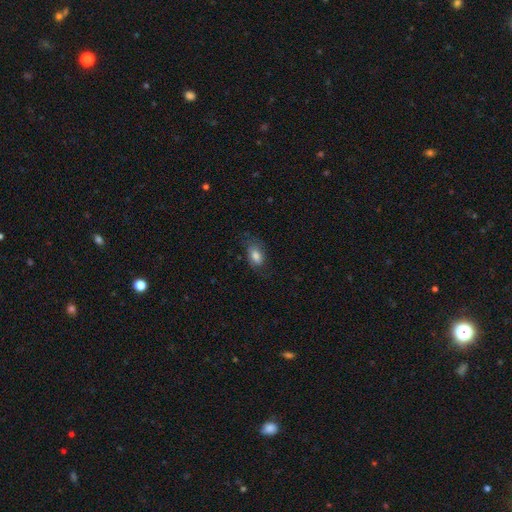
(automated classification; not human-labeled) Smooth or featured? smooth (75%)
How rounded? in between (86%)
Merging? none (61%)